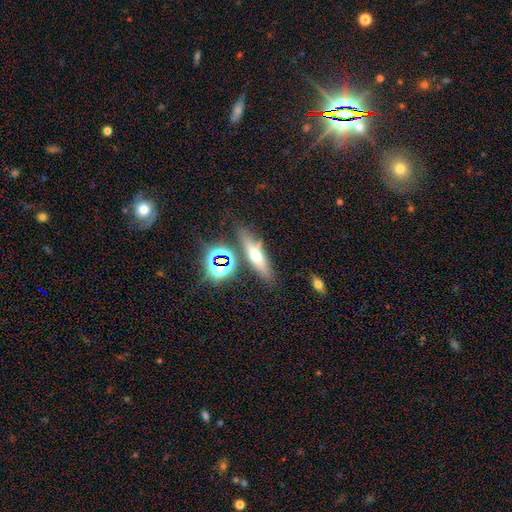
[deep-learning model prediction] This appears to be a smooth galaxy with no disk features (45%). Merging: none (77%).